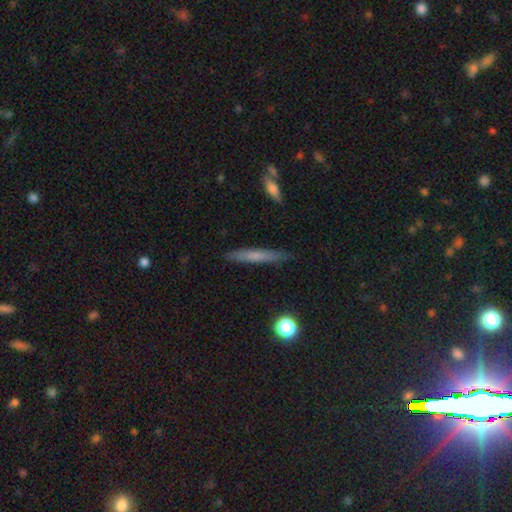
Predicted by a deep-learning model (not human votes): This appears to be a smooth galaxy with no disk features (62%) that is cigar-shaped (94%). Merging: none (87%).